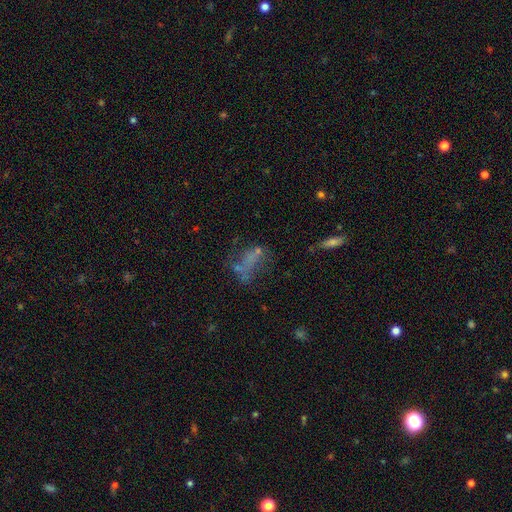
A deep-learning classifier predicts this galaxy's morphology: A smooth galaxy with no disk features (44%).

Vote fractions:
- Smooth or featured? smooth: 44% / featured or disk: 35% / star or artifact: 21%
- Merging? none: 37% / major disturbance: 30% / minor disturbance: 18% / merger: 15%